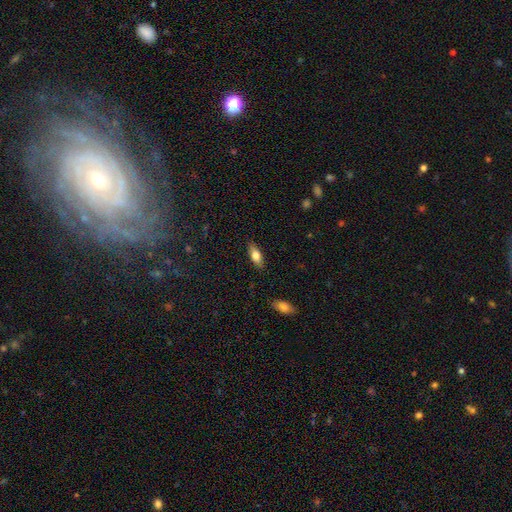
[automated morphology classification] smooth-or-featured: smooth: 71% | featured or disk: 22% | star or artifact: 7%
  how-rounded: in between: 76% | cigar-shaped: 21% | round: 3%
  merging: none: 87% | minor disturbance: 10% | major disturbance: 2% | merger: 1%